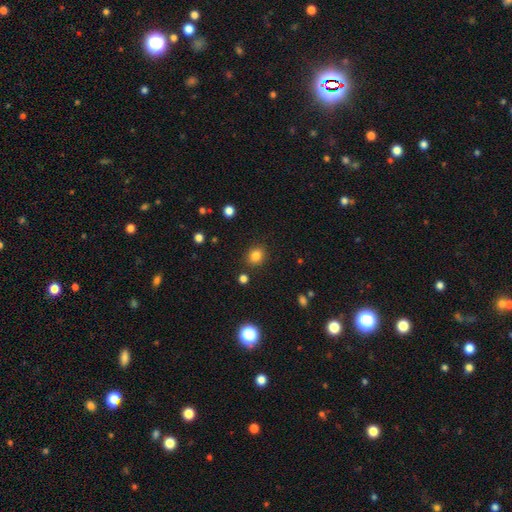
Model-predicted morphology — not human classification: smooth-or-featured: smooth: 82% | star or artifact: 12% | featured or disk: 5%
  how-rounded: round: 70% | in between: 29% | cigar-shaped: 1%
  merging: none: 86% | minor disturbance: 8% | merger: 3% | major disturbance: 3%